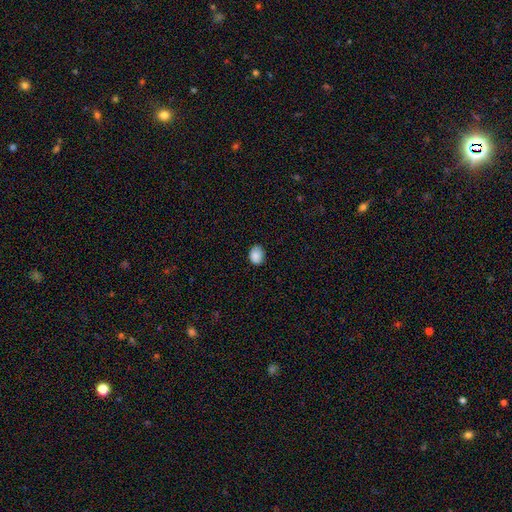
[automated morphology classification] Smooth or featured?
  - smooth: 88% *
  - star or artifact: 8%
  - featured or disk: 3%
How rounded?
  - in between: 57% *
  - round: 42%
  - cigar-shaped: 1%
Merging?
  - none: 83% *
  - minor disturbance: 13%
  - major disturbance: 2%
  - merger: 1%